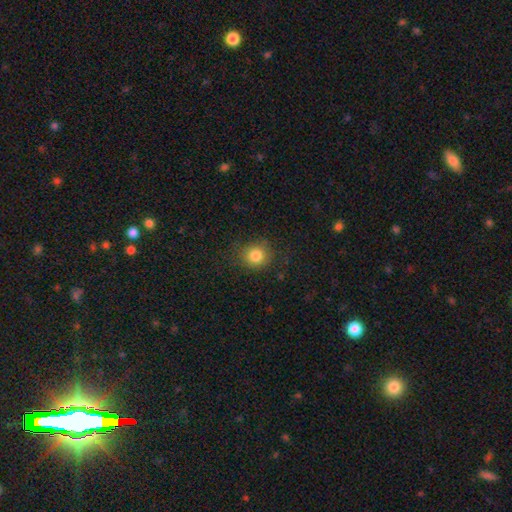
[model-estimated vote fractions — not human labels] This is clearly a smooth galaxy (82%). How rounded: clearly round (86%). Merging: clearly none (83%).